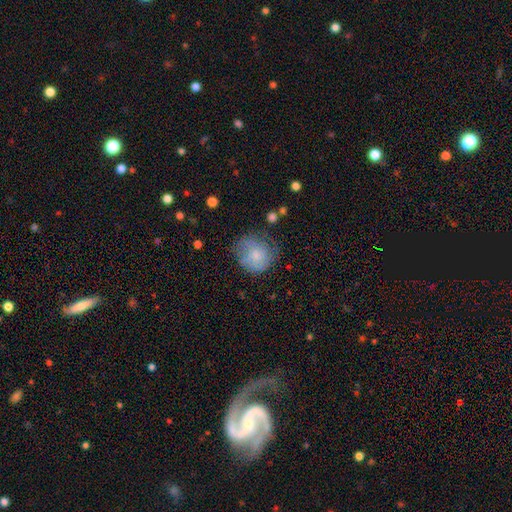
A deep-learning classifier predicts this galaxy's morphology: Smooth or featured?
  - smooth: 67% *
  - featured or disk: 24%
  - star or artifact: 8%
How rounded?
  - round: 84% *
  - in between: 15%
  - cigar-shaped: 1%
Merging?
  - none: 57% *
  - minor disturbance: 27%
  - major disturbance: 14%
  - merger: 2%